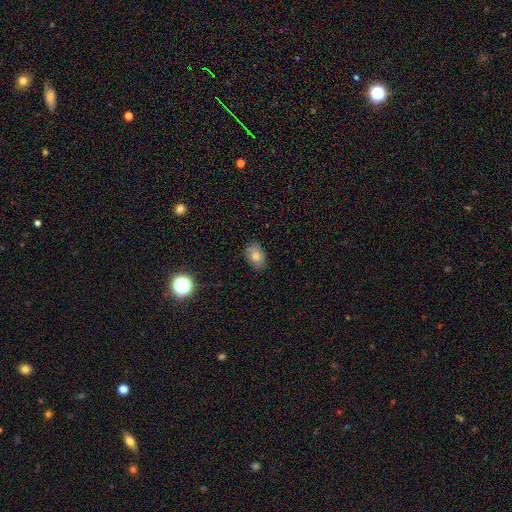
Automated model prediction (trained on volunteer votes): A smooth galaxy with no disk features (76%) that is in between round and cigar-shaped (81%).

Vote fractions:
- Smooth or featured? smooth: 76% / featured or disk: 13% / star or artifact: 11%
- How rounded? in between: 81% / round: 18% / cigar-shaped: 1%
- Merging? none: 84% / minor disturbance: 12% / major disturbance: 2% / merger: 1%